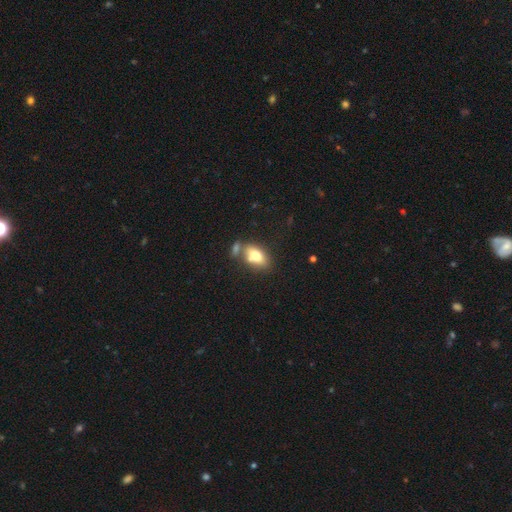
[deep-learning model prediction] Smooth or featured?
  - smooth: 71% *
  - featured or disk: 21%
  - star or artifact: 8%
How rounded?
  - in between: 86% *
  - round: 10%
  - cigar-shaped: 4%
Merging?
  - none: 50% *
  - merger: 29%
  - minor disturbance: 15%
  - major disturbance: 6%